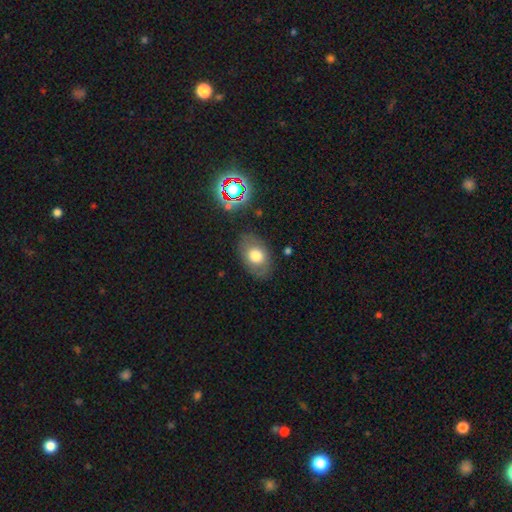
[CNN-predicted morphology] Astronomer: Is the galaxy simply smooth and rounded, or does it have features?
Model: smooth — 70%.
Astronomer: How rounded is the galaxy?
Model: in between — 80%.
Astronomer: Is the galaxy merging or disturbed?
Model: none — 81%.